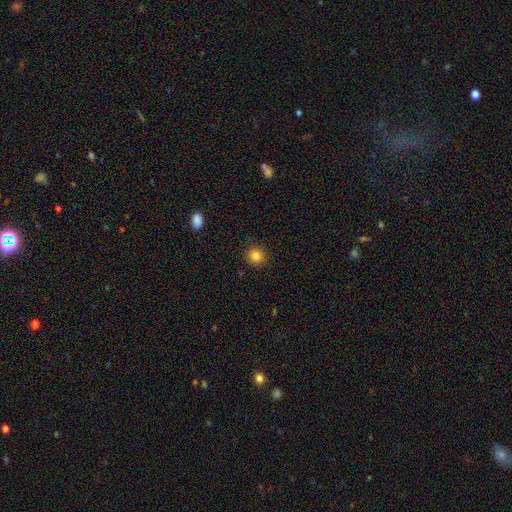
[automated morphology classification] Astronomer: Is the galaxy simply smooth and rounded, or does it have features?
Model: smooth — 84%.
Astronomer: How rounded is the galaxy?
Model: round — 92%.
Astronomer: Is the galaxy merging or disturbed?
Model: none — 90%.